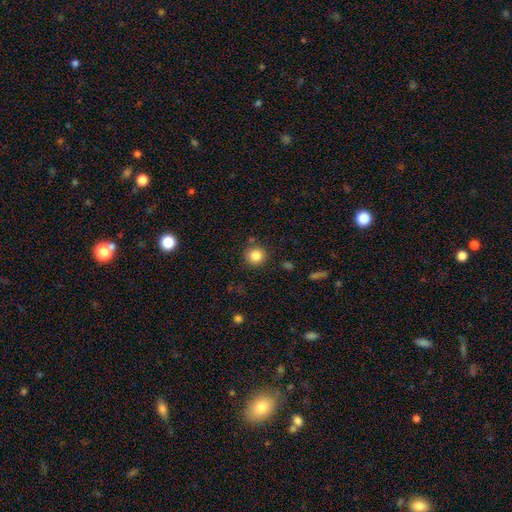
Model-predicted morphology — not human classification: A smooth galaxy with no disk features (84%) that is round (92%). Merging: none (87%).